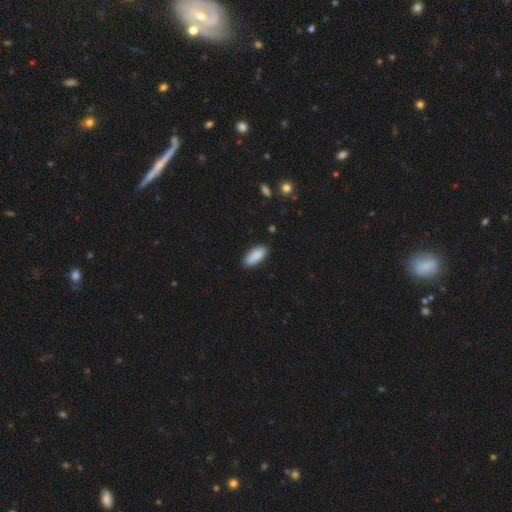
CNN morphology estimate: Smooth or featured?
  - smooth: 90% *
  - star or artifact: 6%
  - featured or disk: 4%
How rounded?
  - in between: 81% *
  - cigar-shaped: 17%
  - round: 2%
Merging?
  - none: 88% *
  - minor disturbance: 9%
  - major disturbance: 2%
  - merger: 1%